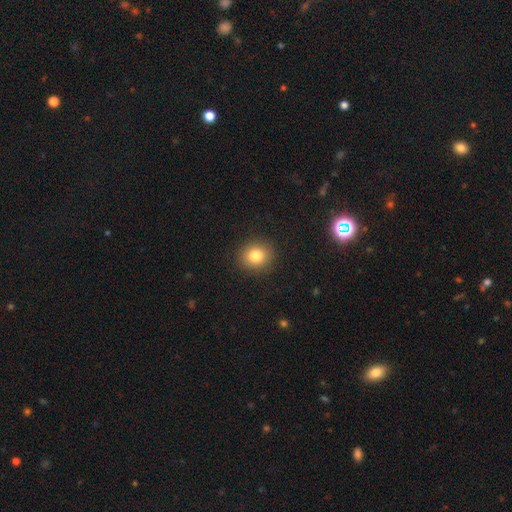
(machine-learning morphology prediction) smooth-or-featured: smooth: 80% | star or artifact: 11% | featured or disk: 8%
  how-rounded: round: 78% | in between: 21% | cigar-shaped: 1%
  merging: none: 90% | minor disturbance: 6% | major disturbance: 2% | merger: 1%